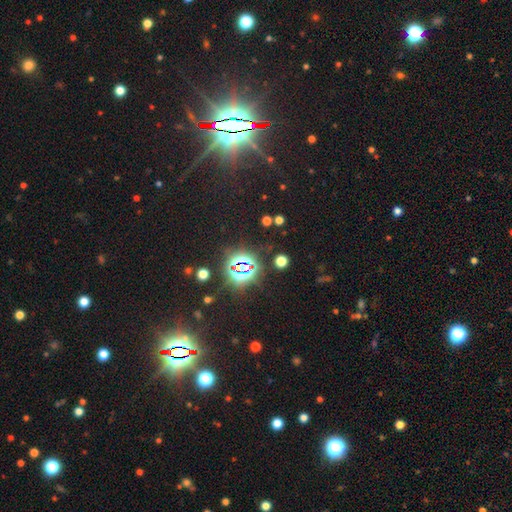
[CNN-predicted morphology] This is clearly a star or artifact rather than a galaxy (85%).